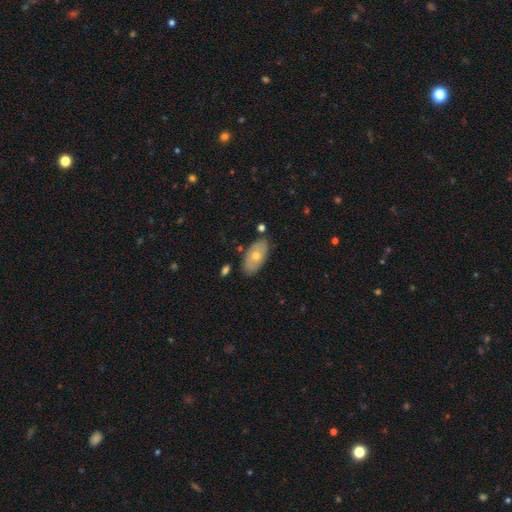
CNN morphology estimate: A smooth galaxy with no disk features (56%) that is in between round and cigar-shaped (91%). Merging: none (83%).